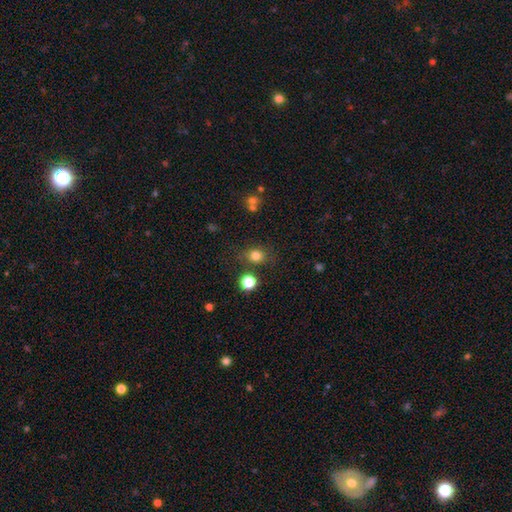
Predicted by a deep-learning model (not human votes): Smooth or featured: smooth — 79% (star or artifact — 15%)
How rounded: round — 70% (in between — 29%)
Merging: none — 77% (minor disturbance — 12%)